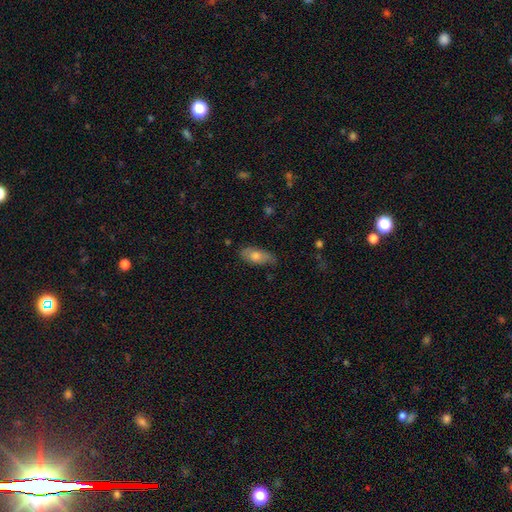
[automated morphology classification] Q: Smooth or featured?
A: smooth (68%); runner-up: featured or disk (25%)
Q: How rounded?
A: in between (77%); runner-up: cigar-shaped (19%)
Q: Merging?
A: none (71%); runner-up: minor disturbance (23%)